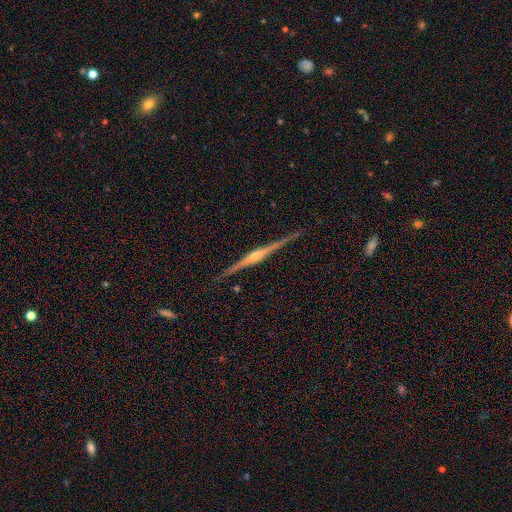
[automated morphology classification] featured or disk 86%, smooth 9%, star or artifact 5%. Down the decision tree: edge-on disk — yes (99%); edge-on bulge — rounded (81%); merging — none (90%).